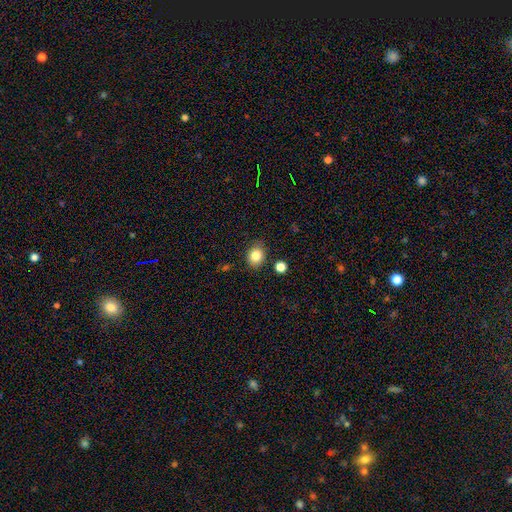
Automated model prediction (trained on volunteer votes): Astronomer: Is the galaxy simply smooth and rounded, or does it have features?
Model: smooth — 84%.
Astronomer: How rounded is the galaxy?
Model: round — 61% (runner-up: in between, 38%).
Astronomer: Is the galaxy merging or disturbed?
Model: none — 83%.